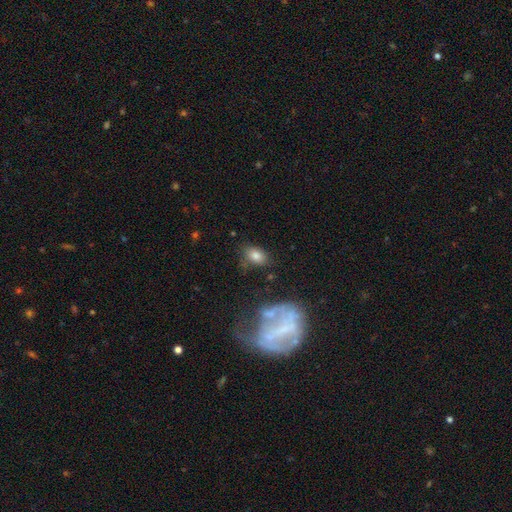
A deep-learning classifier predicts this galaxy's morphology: Smooth or featured? Predicted: smooth (p=0.79). How rounded? Predicted: in between (p=0.83). Merging? Predicted: none (p=0.68).